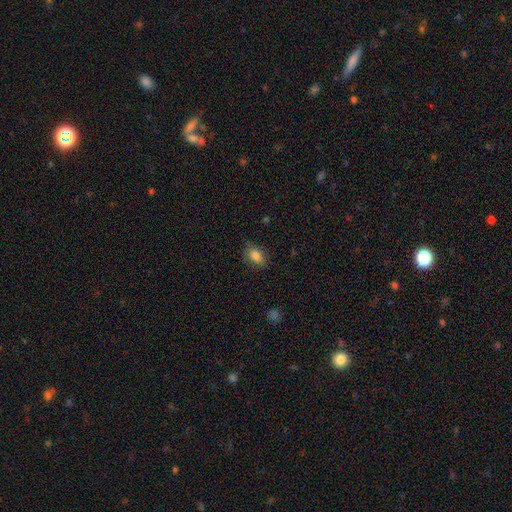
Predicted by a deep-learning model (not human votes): The model was most divided on "how rounded": in between: 83%, round: 15%, cigar-shaped: 2%. More confident: smooth or featured — smooth (83%); merging — none (82%).